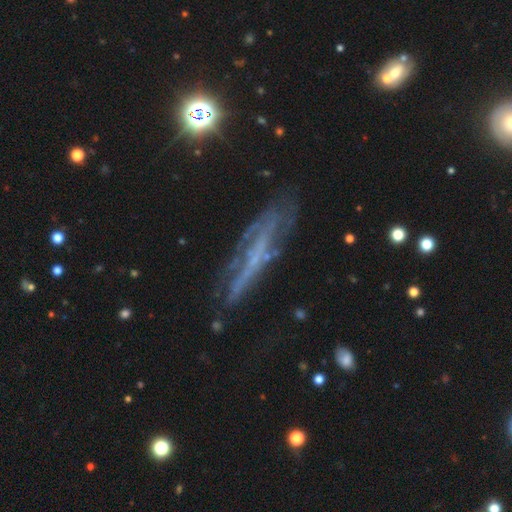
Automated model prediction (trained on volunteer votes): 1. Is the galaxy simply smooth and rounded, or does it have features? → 66% featured or disk, 21% smooth, 12% star or artifact.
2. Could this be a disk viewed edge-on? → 62% yes, 38% no.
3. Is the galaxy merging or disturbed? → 66% none, 20% minor disturbance, 10% major disturbance, 3% merger.